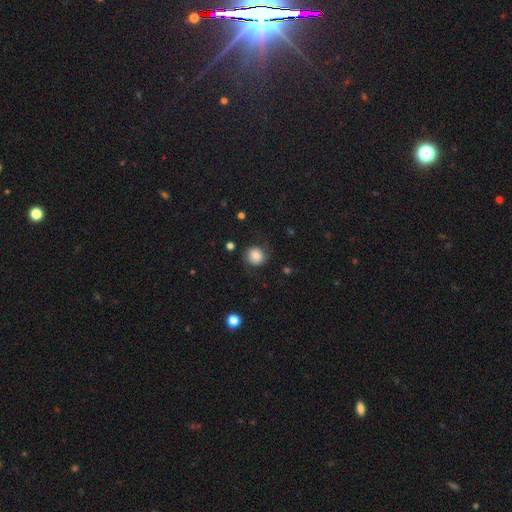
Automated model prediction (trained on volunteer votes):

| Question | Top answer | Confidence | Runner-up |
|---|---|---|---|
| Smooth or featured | smooth | 76% | featured or disk (14%) |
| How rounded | round | 86% | in between (13%) |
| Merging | none | 77% | minor disturbance (15%) |